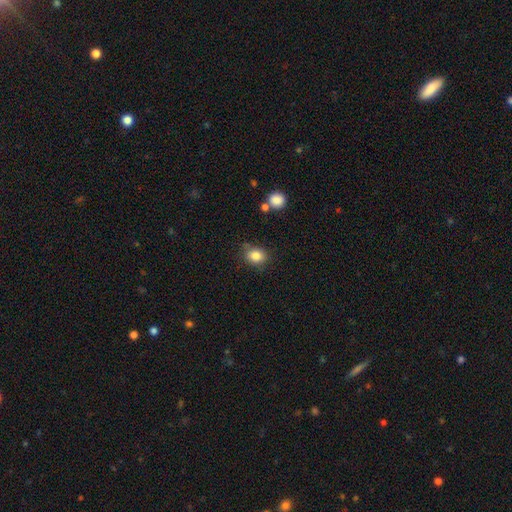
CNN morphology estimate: Smooth or featured? smooth (84%)
How rounded? in between (52%)
Merging? none (76%)